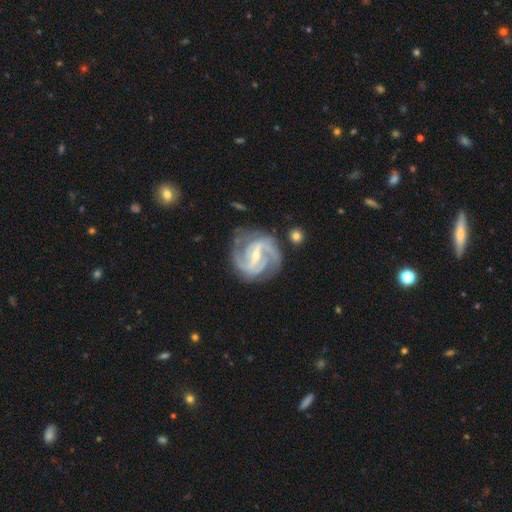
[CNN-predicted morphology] Smooth or featured? Predicted: featured or disk (p=0.92). Edge-on disk? Predicted: no (p=0.98). Bar? Predicted: strong (p=0.55). Spiral arms? Predicted: yes (p=0.98). Spiral winding? Predicted: medium (p=0.48). Spiral arm count? Predicted: 2 (p=0.54). Bulge size? Predicted: small (p=0.66). Merging? Predicted: none (p=0.74).